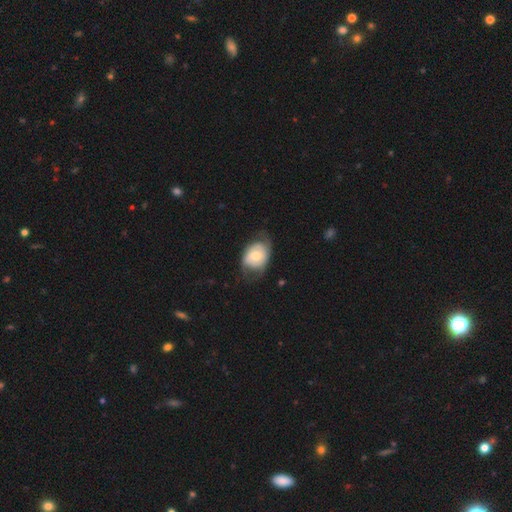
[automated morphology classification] This appears to be a featured or disk galaxy (52%). Merging: none (53%).